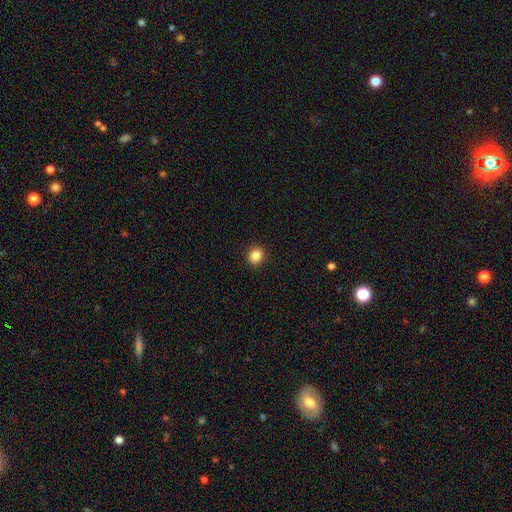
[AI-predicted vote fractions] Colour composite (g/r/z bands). It shows a smooth galaxy with no disk features (85%) that is round (92%). Merging: none (93%).